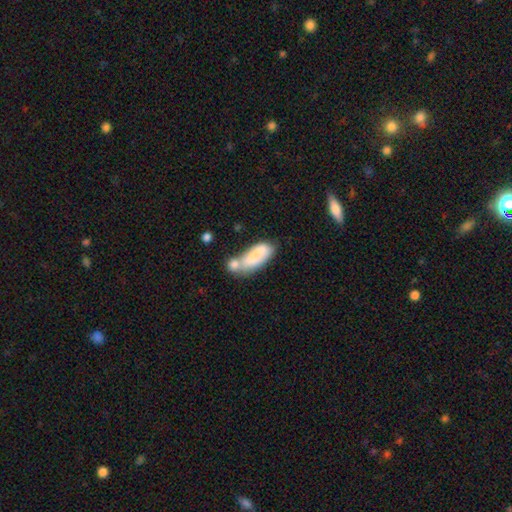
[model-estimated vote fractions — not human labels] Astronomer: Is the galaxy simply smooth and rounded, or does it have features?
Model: smooth — 76%.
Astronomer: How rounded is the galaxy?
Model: in between — 73%.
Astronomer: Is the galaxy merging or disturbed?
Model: merger — 45% (runner-up: none, 29%).